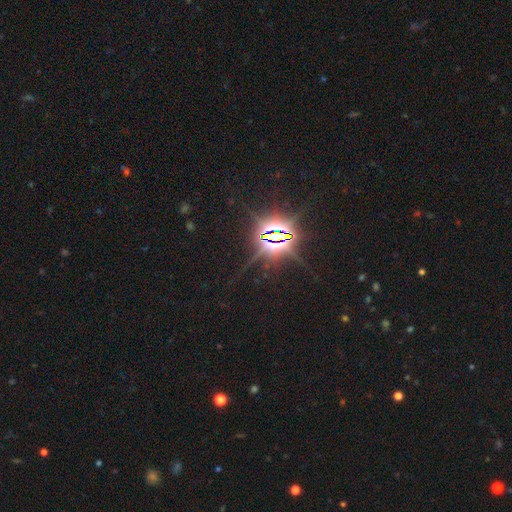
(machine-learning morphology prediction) Overall: star or artifact (87%).